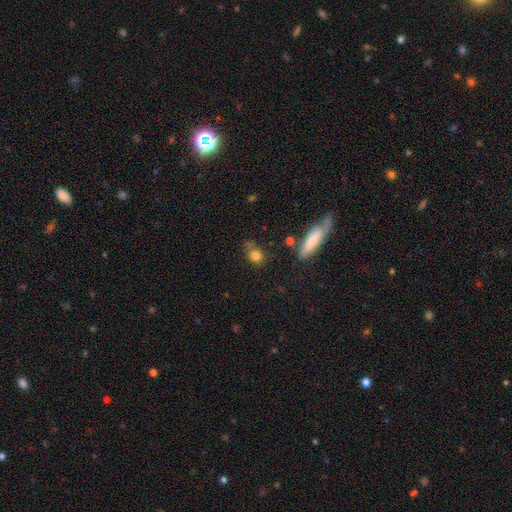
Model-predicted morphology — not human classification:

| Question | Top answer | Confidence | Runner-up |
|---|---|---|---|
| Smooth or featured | smooth | 80% | star or artifact (11%) |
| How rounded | round | 54% | in between (39%) |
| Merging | none | 60% | minor disturbance (21%) |